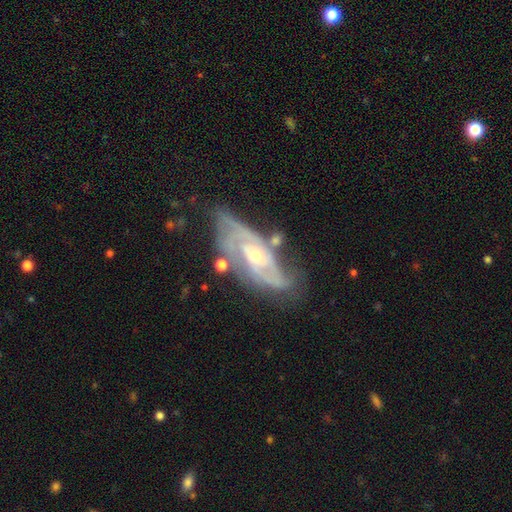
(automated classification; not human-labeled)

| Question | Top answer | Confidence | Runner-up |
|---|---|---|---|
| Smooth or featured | featured or disk | 85% | smooth (9%) |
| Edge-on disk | no | 91% | yes (9%) |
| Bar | no | 59% | weak (31%) |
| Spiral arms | yes | 94% | no (6%) |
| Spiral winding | tight | 54% | medium (36%) |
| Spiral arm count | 2 | 38% | can't tell (28%) |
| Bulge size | small | 53% | moderate (43%) |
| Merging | none | 60% | minor disturbance (23%) |